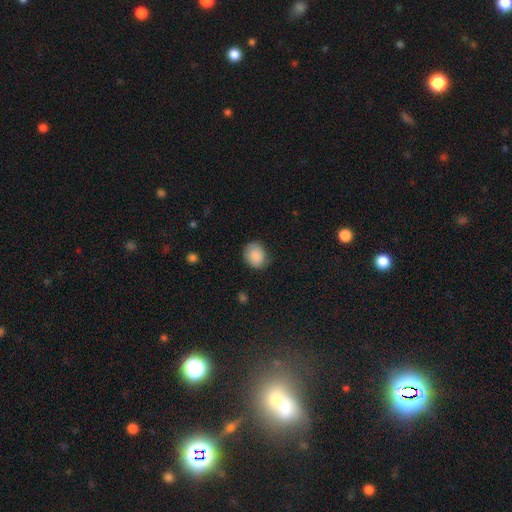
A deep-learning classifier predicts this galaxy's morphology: The model was most divided on "how rounded": round: 65%, in between: 34%, cigar-shaped: 1%. More confident: smooth or featured — smooth (87%); merging — none (71%).